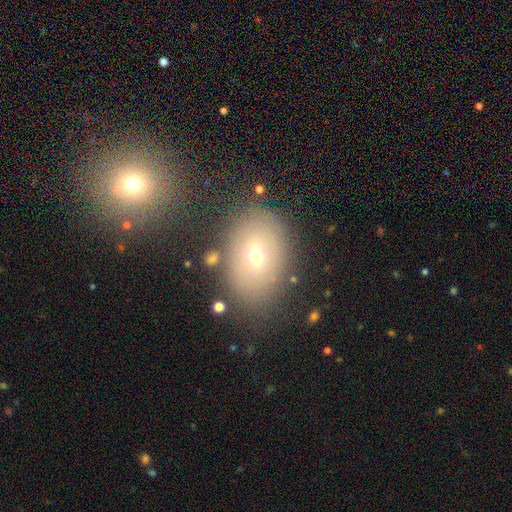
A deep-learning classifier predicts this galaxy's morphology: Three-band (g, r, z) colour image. It shows a smooth galaxy with no disk features (61%) that is in between round and cigar-shaped (78%). Merging: none (78%).